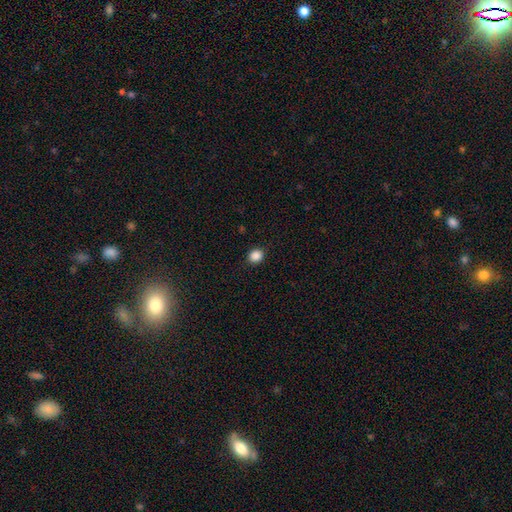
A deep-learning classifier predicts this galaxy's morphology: Smooth or featured: smooth — 87% (star or artifact — 10%)
How rounded: round — 73% (in between — 26%)
Merging: none — 90% (minor disturbance — 7%)